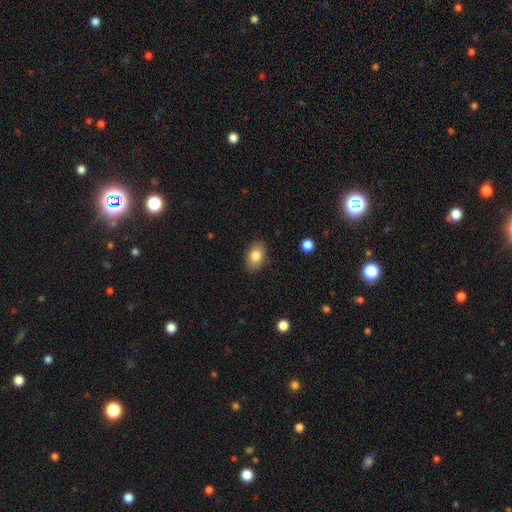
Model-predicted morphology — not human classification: smooth 82%, featured or disk 10%, star or artifact 8%. Down the decision tree: how rounded — in between (85%); merging — none (87%).